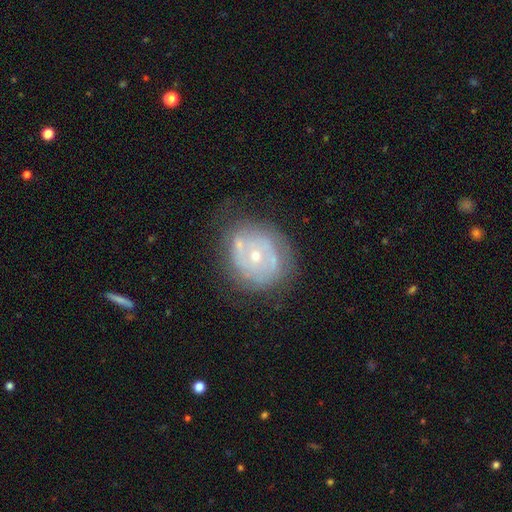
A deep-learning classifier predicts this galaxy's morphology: This appears to be a featured or disk galaxy (68%) with no bar (80%), spiral arms (57%) and a small central bulge (63%). Merging: none (63%).